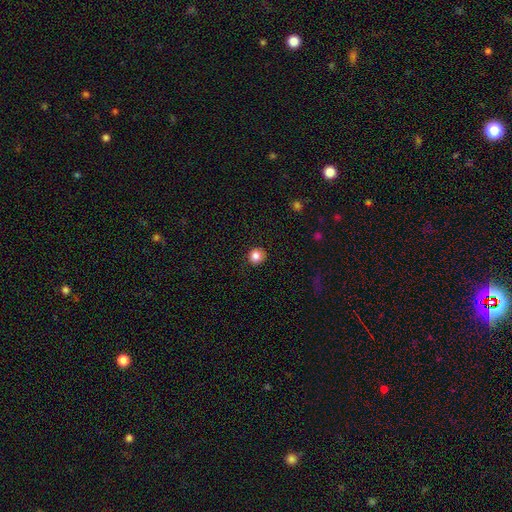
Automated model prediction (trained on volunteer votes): This appears to be a smooth galaxy with no disk features (84%) that is round (90%). Merging: none (90%).